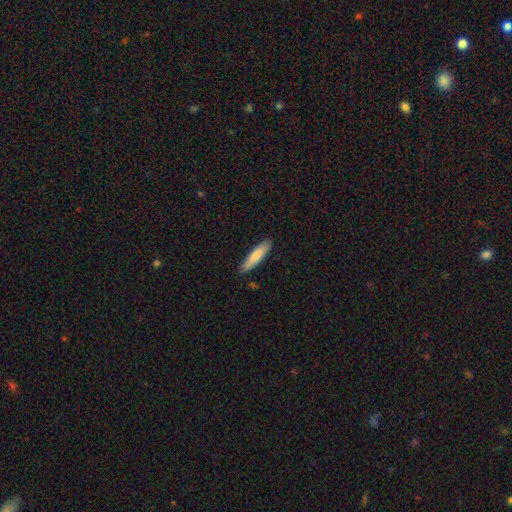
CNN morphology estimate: Smooth or featured? Predicted: smooth (p=0.80). How rounded? Predicted: cigar-shaped (p=0.81). Merging? Predicted: none (p=0.87).